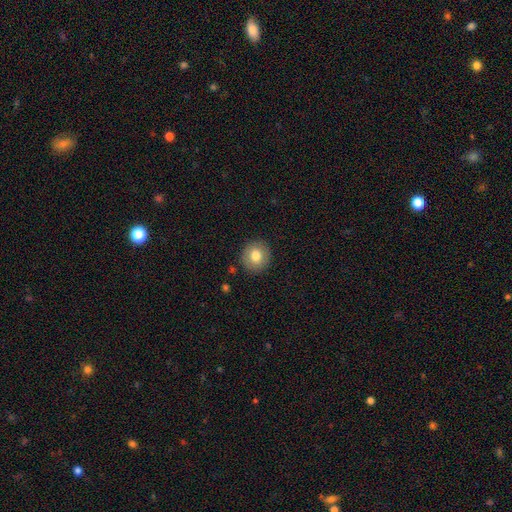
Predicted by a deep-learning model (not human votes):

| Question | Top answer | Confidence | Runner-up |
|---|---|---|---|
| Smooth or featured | smooth | 78% | featured or disk (13%) |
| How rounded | round | 88% | in between (11%) |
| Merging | none | 89% | minor disturbance (7%) |